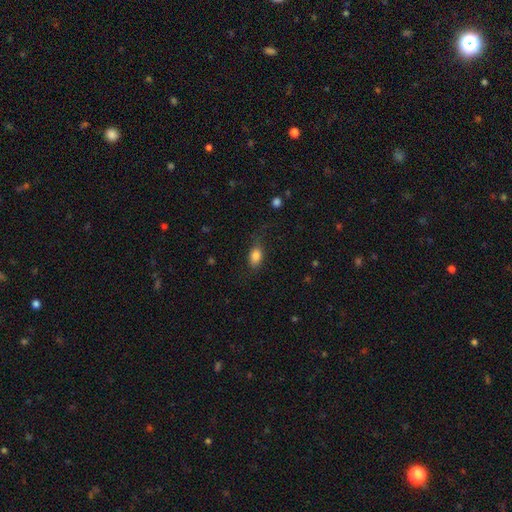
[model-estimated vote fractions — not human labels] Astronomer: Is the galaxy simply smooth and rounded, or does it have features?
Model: smooth — 83%.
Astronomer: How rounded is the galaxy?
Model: in between — 85%.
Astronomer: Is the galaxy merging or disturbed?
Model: none — 71%.